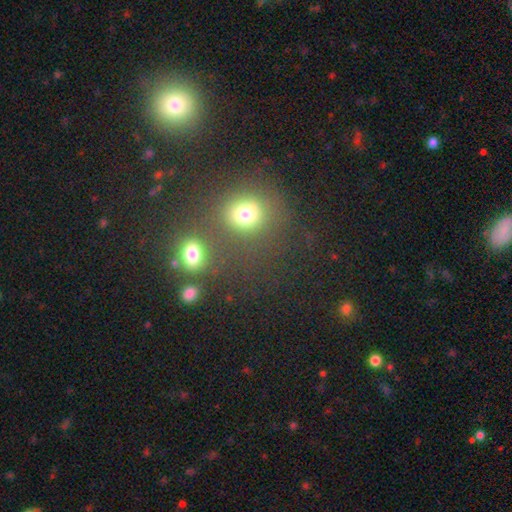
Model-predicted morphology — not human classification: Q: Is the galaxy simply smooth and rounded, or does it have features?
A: smooth — 56%.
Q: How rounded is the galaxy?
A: round — 86%.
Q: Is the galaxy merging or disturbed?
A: none — 70%.